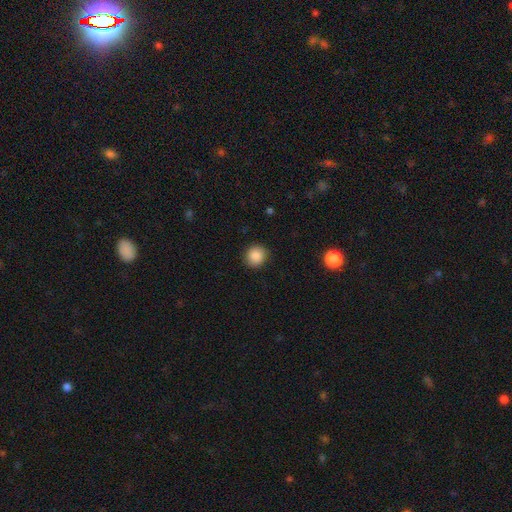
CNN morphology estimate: A smooth galaxy with no disk features (88%) that is round (88%). Merging: none (89%).